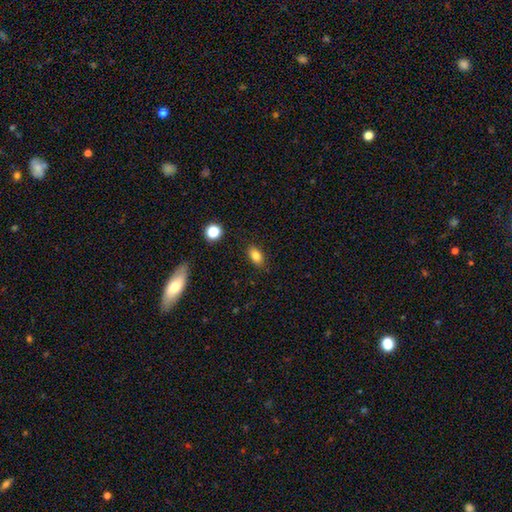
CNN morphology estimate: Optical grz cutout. It shows a smooth galaxy with no disk features (82%) that is in between round and cigar-shaped (86%). Merging: none (86%).